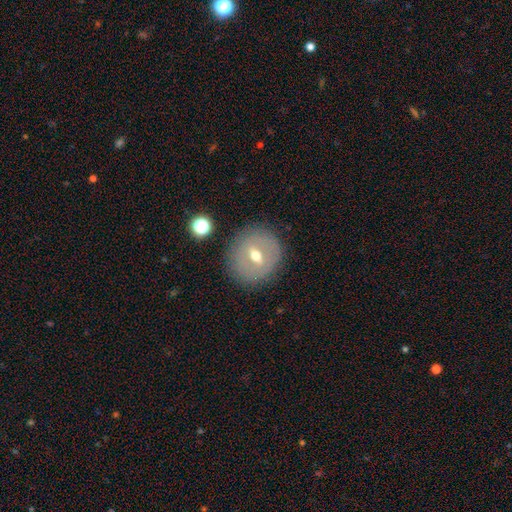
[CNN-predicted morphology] featured or disk 45% (tied), smooth 45% (tied), star or artifact 10%. Down the decision tree: merging — none (86%).